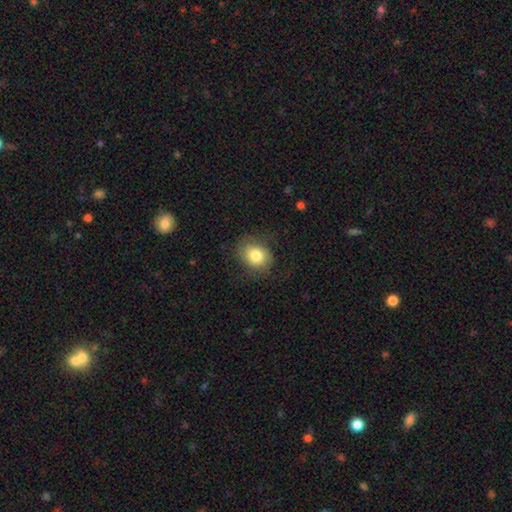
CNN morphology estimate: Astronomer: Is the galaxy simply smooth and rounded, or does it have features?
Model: smooth — 78%.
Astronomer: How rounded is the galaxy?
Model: round — 54% (runner-up: in between, 45%).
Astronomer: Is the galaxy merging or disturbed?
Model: none — 72%.